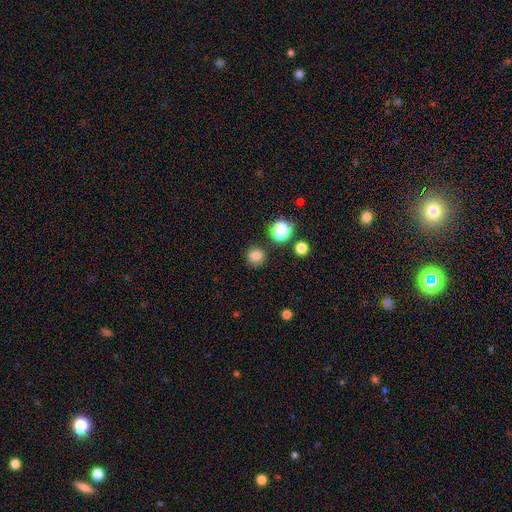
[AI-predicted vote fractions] A smooth galaxy with no disk features (81%) that is round (90%).

Vote fractions:
- Smooth or featured? smooth: 81% / star or artifact: 15% / featured or disk: 5%
- How rounded? round: 90% / in between: 9% / cigar-shaped: 1%
- Merging? none: 87% / minor disturbance: 8% / merger: 3% / major disturbance: 3%